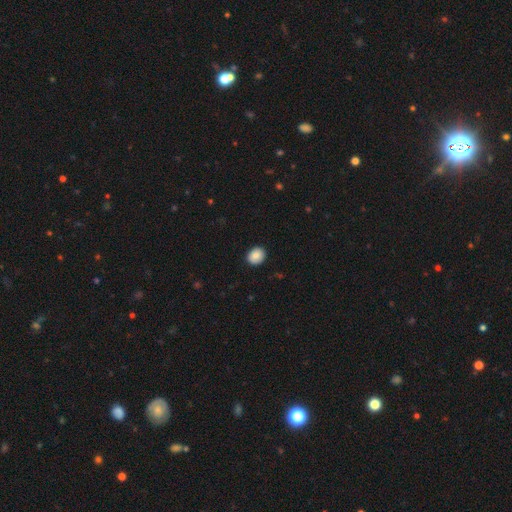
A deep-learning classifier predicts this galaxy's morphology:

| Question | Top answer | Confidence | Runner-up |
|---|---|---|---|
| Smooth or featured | smooth | 86% | star or artifact (8%) |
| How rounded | round | 66% | in between (33%) |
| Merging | none | 89% | minor disturbance (8%) |